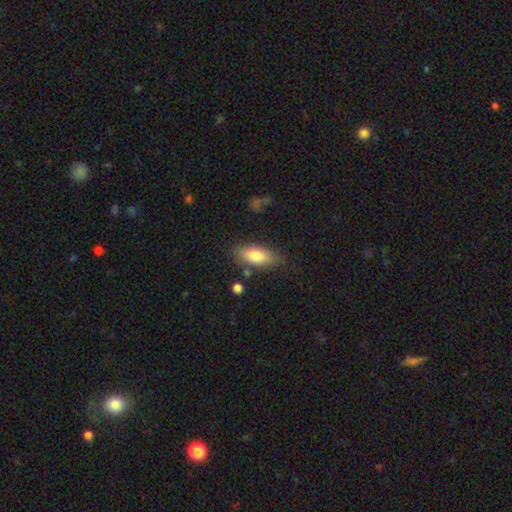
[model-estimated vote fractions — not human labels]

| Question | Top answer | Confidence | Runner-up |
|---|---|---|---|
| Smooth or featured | smooth | 78% | featured or disk (15%) |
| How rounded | in between | 82% | cigar-shaped (15%) |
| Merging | none | 76% | minor disturbance (16%) |